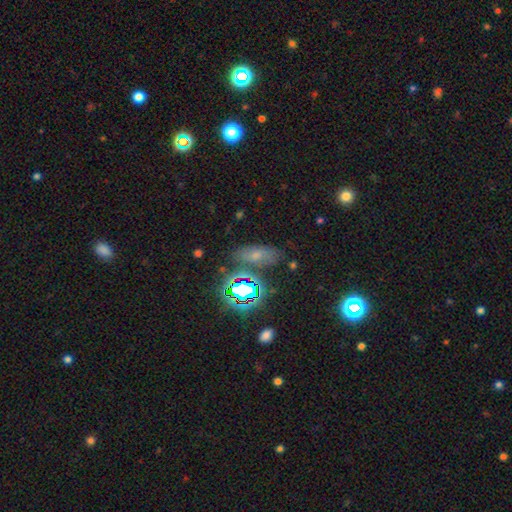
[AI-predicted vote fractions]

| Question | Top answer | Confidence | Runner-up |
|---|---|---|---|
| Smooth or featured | smooth | 48% | star or artifact (35%) |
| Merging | none | 72% | minor disturbance (16%) |